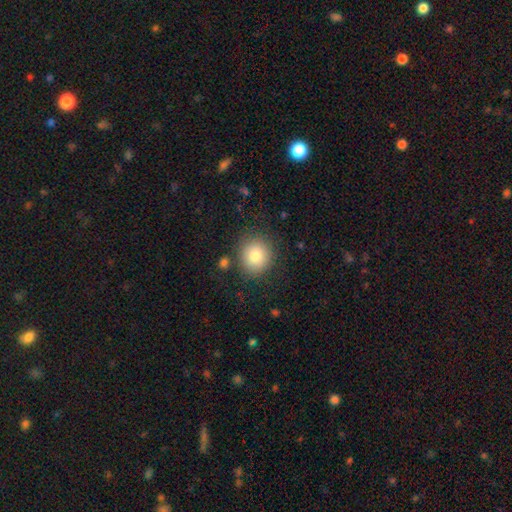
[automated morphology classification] A smooth galaxy with no disk features (81%) that is round (85%). Merging: none (83%).